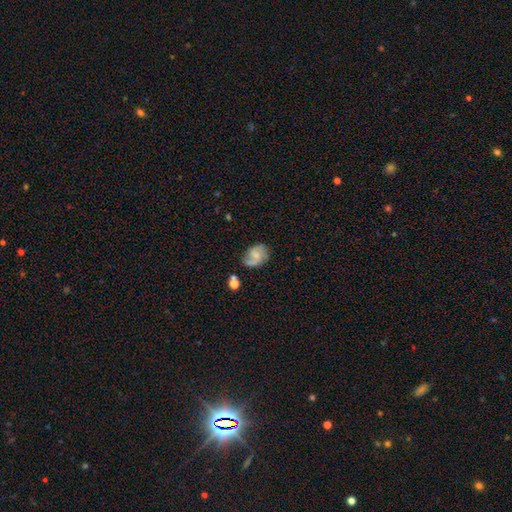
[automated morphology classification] Smooth or featured? Predicted: featured or disk (p=0.65). Edge-on disk? Predicted: no (p=0.98). Bar? Predicted: no (p=0.58). Spiral arms? Predicted: yes (p=0.93). Spiral winding? Predicted: medium (p=0.47). Spiral arm count? Predicted: 2 (p=0.73). Bulge size? Predicted: small (p=0.48). Merging? Predicted: none (p=0.63).